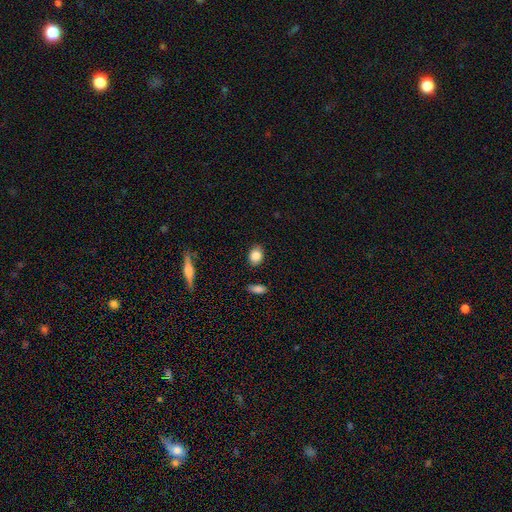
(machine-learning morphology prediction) smooth 86%, star or artifact 8%, featured or disk 7%. Down the decision tree: how rounded — in between (60%); merging — none (85%).